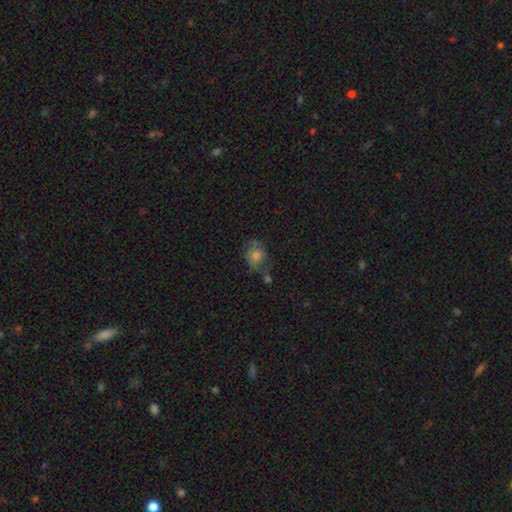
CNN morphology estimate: Overall: smooth (63%). How rounded: round (58%; in between 40%). Merging: none (56%; minor disturbance 23%).